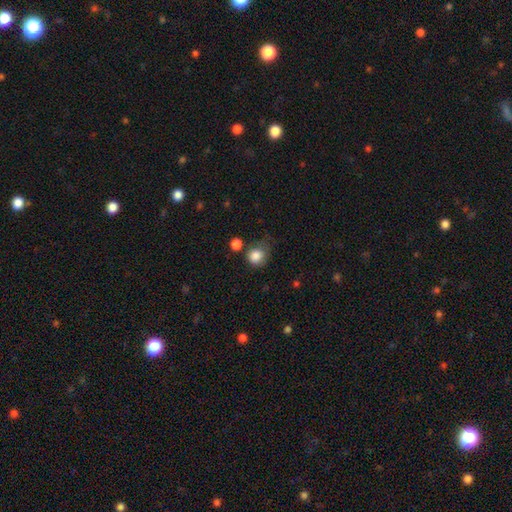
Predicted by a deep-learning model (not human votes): A smooth galaxy with no disk features (84%) that is round (78%).

Vote fractions:
- Smooth or featured? smooth: 84% / star or artifact: 10% / featured or disk: 6%
- How rounded? round: 78% / in between: 21% / cigar-shaped: 1%
- Merging? none: 48% / minor disturbance: 29% / major disturbance: 15% / merger: 9%